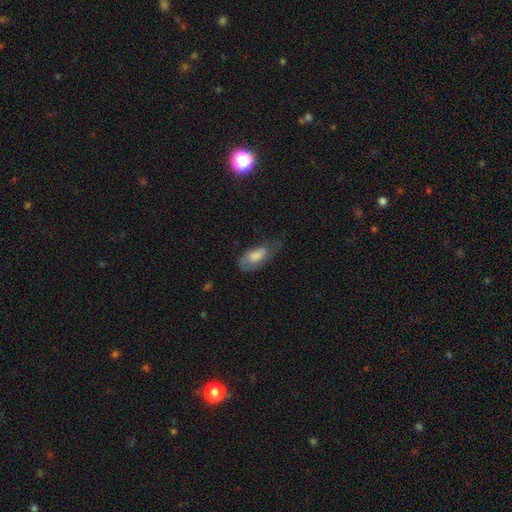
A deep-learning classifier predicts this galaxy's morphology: Smooth or featured? Predicted: smooth (p=0.54). How rounded? Predicted: in between (p=0.86). Merging? Predicted: none (p=0.48).